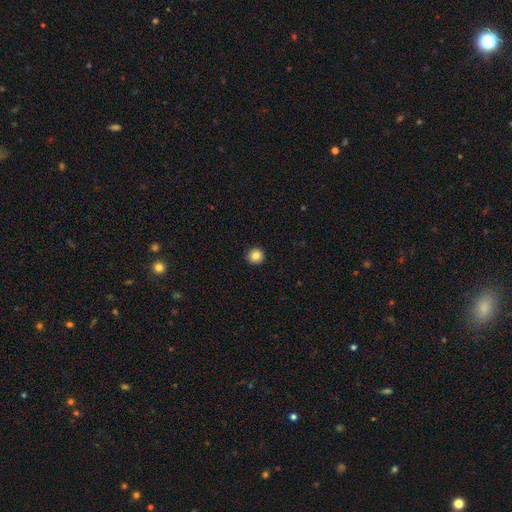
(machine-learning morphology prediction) Smooth or featured: smooth — 84% (star or artifact — 10%)
How rounded: round — 94% (in between — 5%)
Merging: none — 92% (minor disturbance — 6%)